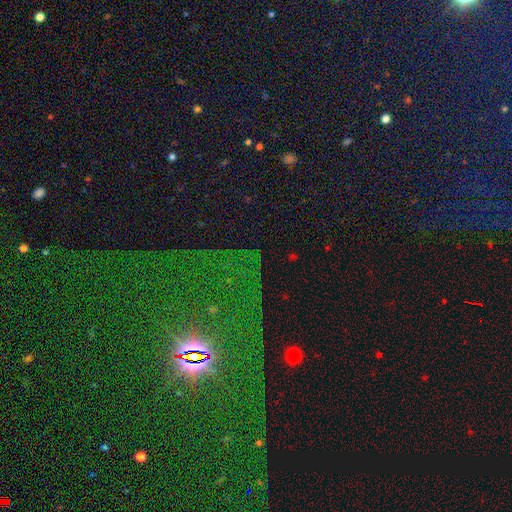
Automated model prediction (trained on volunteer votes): Q: Smooth or featured?
A: star or artifact (82%); runner-up: smooth (10%)